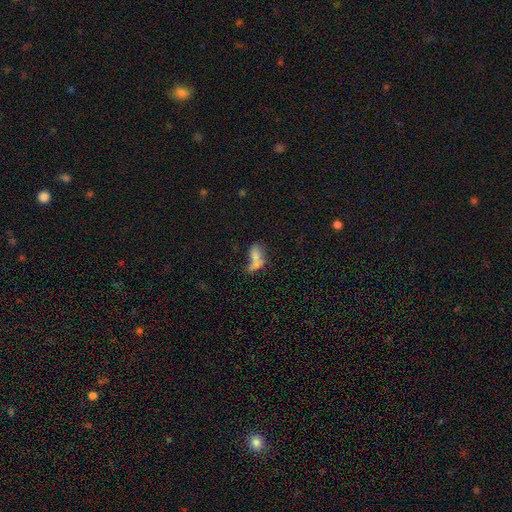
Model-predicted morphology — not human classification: This is likely a smooth galaxy (67%). How rounded: clearly in between (82%). Merging: possibly merger (51%).